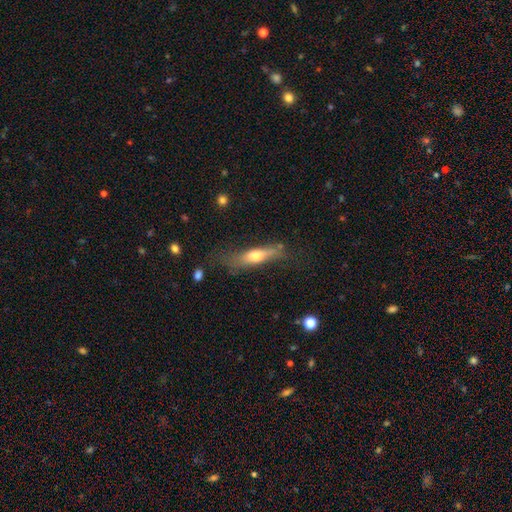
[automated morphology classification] smooth-or-featured: smooth: 56% | featured or disk: 38% | star or artifact: 7%
  how-rounded: cigar-shaped: 70% | in between: 28% | round: 2%
  merging: none: 58% | minor disturbance: 26% | major disturbance: 13% | merger: 3%